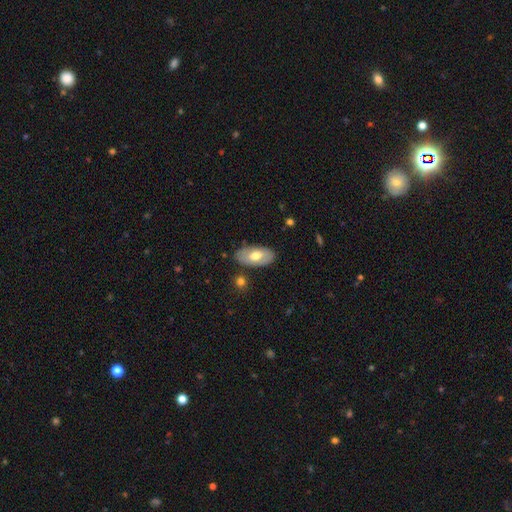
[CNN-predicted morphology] Smooth or featured?
  - smooth: 58% *
  - featured or disk: 36%
  - star or artifact: 6%
How rounded?
  - in between: 94% *
  - round: 4%
  - cigar-shaped: 3%
Merging?
  - none: 82% *
  - minor disturbance: 12%
  - major disturbance: 3%
  - merger: 3%